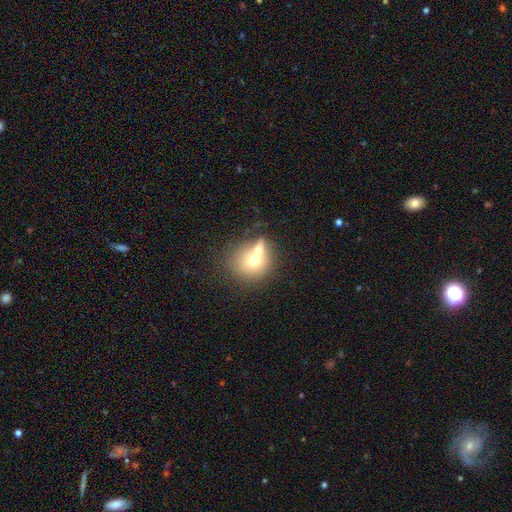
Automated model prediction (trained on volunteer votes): This is likely a smooth galaxy (65%). How rounded: likely round (78%). Merging: possibly merger (54%).